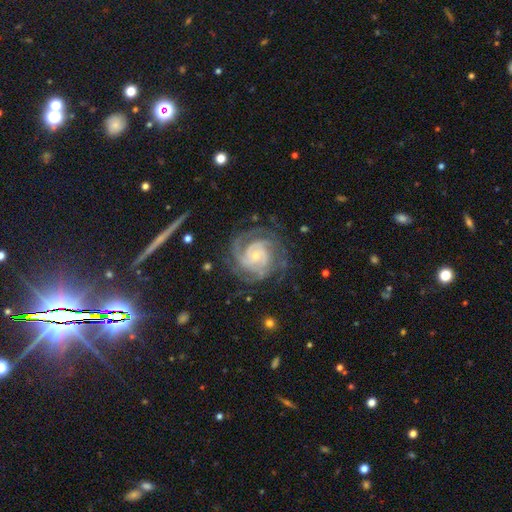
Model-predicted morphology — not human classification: smooth-or-featured: featured or disk: 90% | smooth: 6% | star or artifact: 5%
  disk-edge-on: no: 98% | yes: 2%
    bar: no: 67% | weak: 26% | strong: 7%
    has-spiral-arms: yes: 98% | no: 2%
      spiral-winding: tight: 67% | medium: 28% | loose: 5%
      spiral-arm-count: 3: 33% | 2: 22% | can't tell: 18% | 4: 15% | more than 4: 6% | 1: 6%
    bulge-size: small: 74% | moderate: 20% | none: 3% | large: 2% | dominant: 1%
  merging: none: 74% | minor disturbance: 16% | major disturbance: 9% | merger: 1%